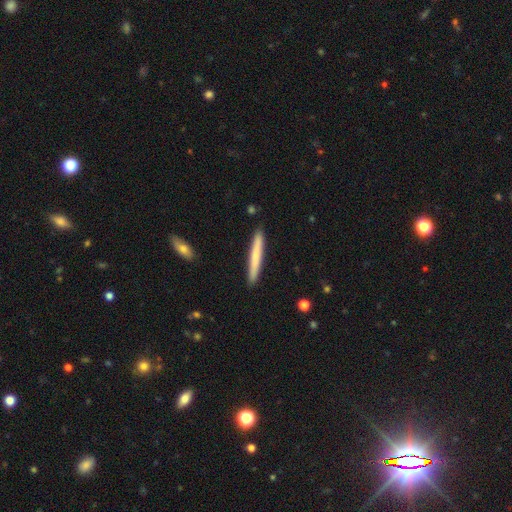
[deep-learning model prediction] Overall: smooth (68%). How rounded: cigar-shaped (96%). Merging: none (91%).